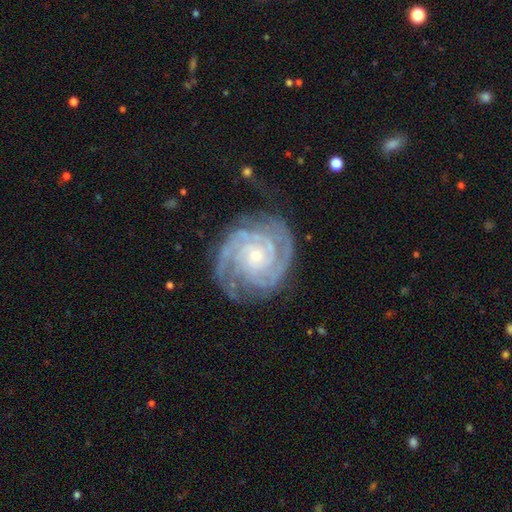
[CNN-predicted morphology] Smooth or featured? Predicted: featured or disk (p=0.91). Edge-on disk? Predicted: no (p=0.98). Bar? Predicted: no (p=0.75). Spiral arms? Predicted: yes (p=0.98). Spiral winding? Predicted: tight (p=0.80). Spiral arm count? Predicted: 2 (p=0.32). Bulge size? Predicted: small (p=0.73). Merging? Predicted: none (p=0.75).